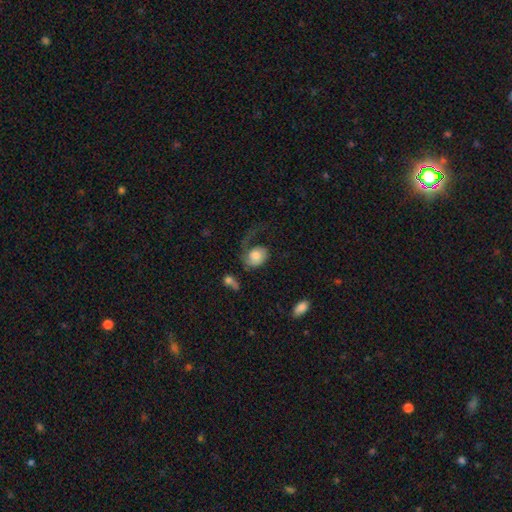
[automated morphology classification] The model was most divided on "smooth or featured": smooth: 52%, featured or disk: 41%, star or artifact: 7%. More confident: how rounded — in between (55%); merging — major disturbance (53%).